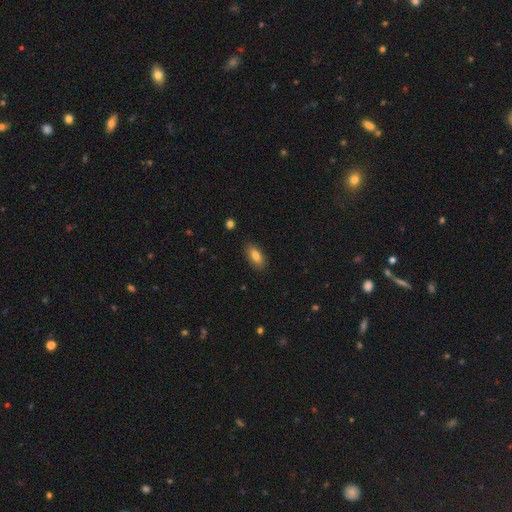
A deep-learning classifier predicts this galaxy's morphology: smooth-or-featured: smooth: 80% | featured or disk: 12% | star or artifact: 8%
  how-rounded: in between: 84% | cigar-shaped: 13% | round: 3%
  merging: none: 85% | minor disturbance: 12% | major disturbance: 2% | merger: 1%